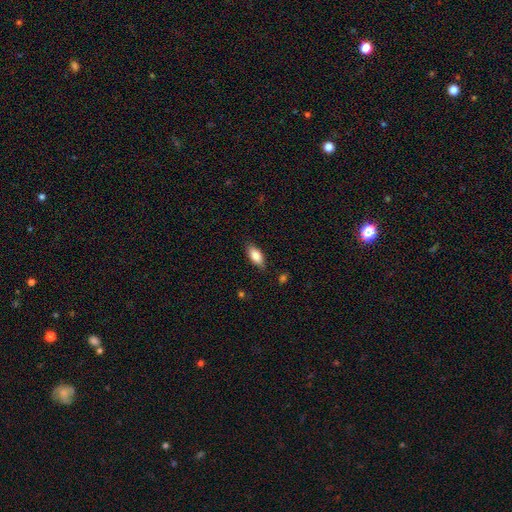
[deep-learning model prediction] smooth-or-featured: smooth: 82% | featured or disk: 12% | star or artifact: 7%
  how-rounded: in between: 86% | cigar-shaped: 11% | round: 3%
  merging: none: 84% | minor disturbance: 13% | major disturbance: 3% | merger: 1%